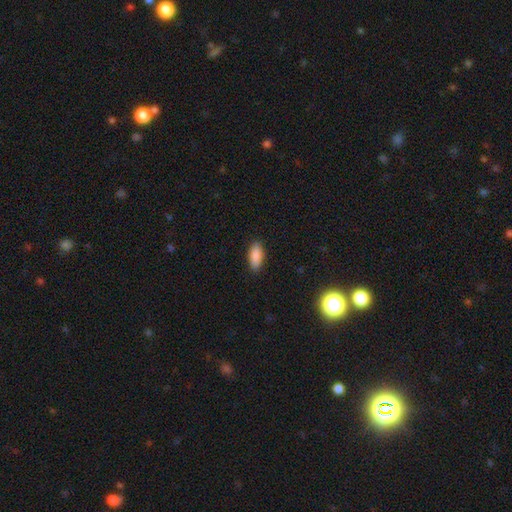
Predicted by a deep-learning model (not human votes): Q: Smooth or featured?
A: smooth (89%); runner-up: star or artifact (7%)
Q: How rounded?
A: in between (83%); runner-up: cigar-shaped (15%)
Q: Merging?
A: none (89%); runner-up: minor disturbance (8%)